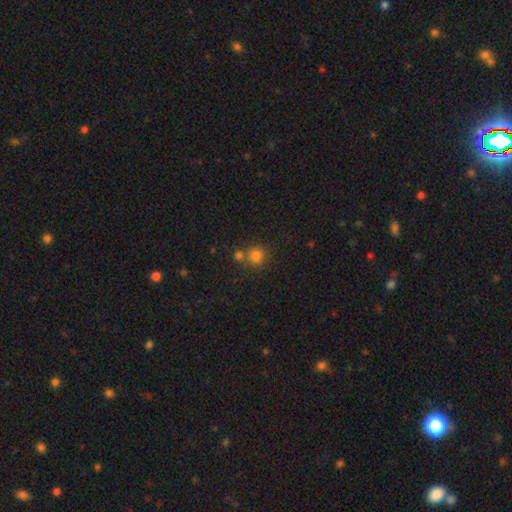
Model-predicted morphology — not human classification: smooth-or-featured: smooth: 80% | star or artifact: 14% | featured or disk: 6%
  how-rounded: round: 86% | in between: 13% | cigar-shaped: 1%
  merging: none: 60% | merger: 26% | minor disturbance: 10% | major disturbance: 4%